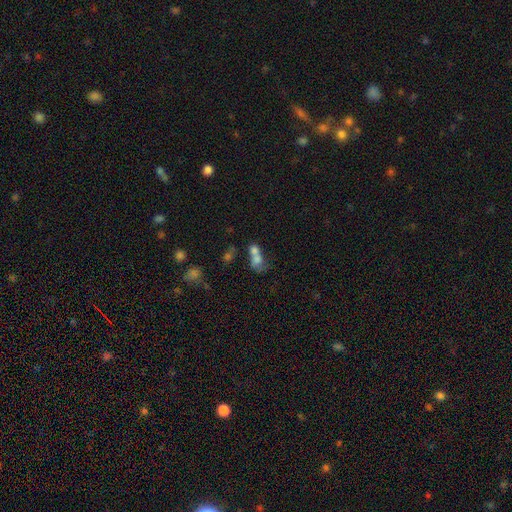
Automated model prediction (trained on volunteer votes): This is likely a smooth galaxy (66%). How rounded: possibly in between (60%). Merging: likely merger (69%).